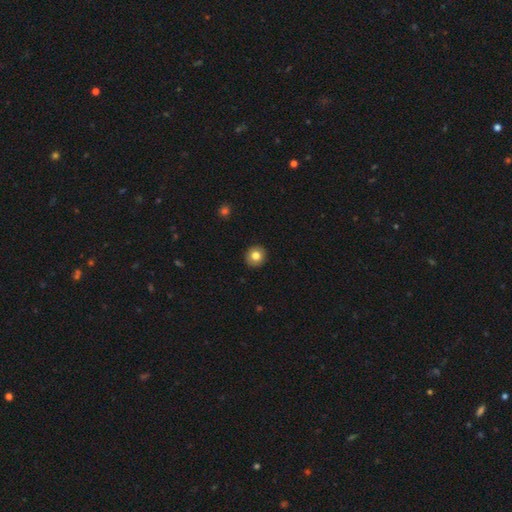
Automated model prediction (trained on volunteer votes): Smooth or featured? smooth (81%)
How rounded? round (90%)
Merging? none (92%)